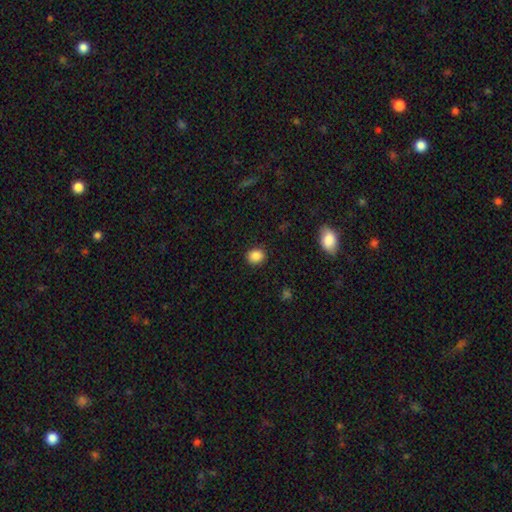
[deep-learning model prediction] smooth 87%, star or artifact 10%, featured or disk 4%. Down the decision tree: how rounded — round (69%); merging — none (90%).